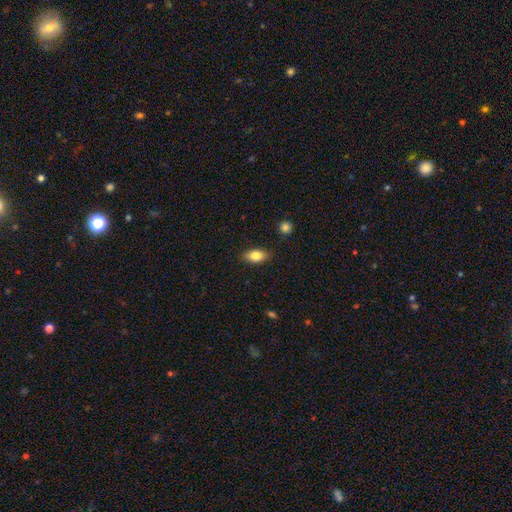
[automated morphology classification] A smooth galaxy with no disk features (81%) that is in between round and cigar-shaped (87%).

Vote fractions:
- Smooth or featured? smooth: 81% / featured or disk: 11% / star or artifact: 8%
- How rounded? in between: 87% / cigar-shaped: 7% / round: 6%
- Merging? none: 85% / minor disturbance: 11% / major disturbance: 2% / merger: 1%